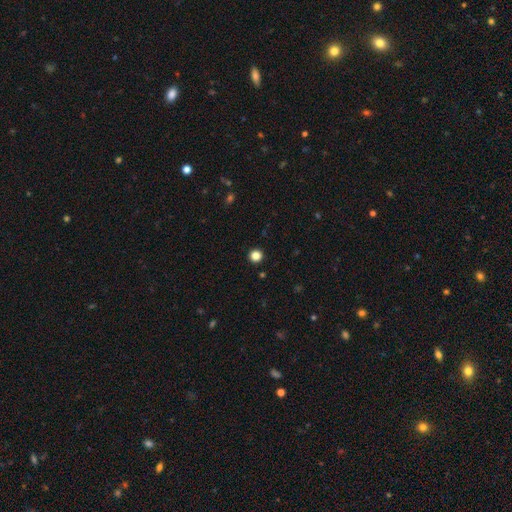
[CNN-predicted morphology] type=smooth (84%); roundness=round (95%); merging=none (93%).